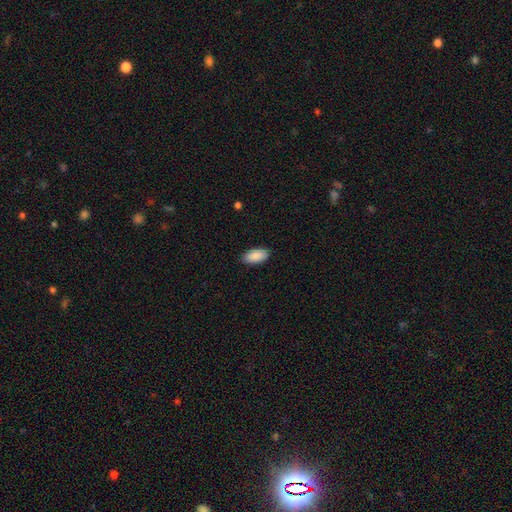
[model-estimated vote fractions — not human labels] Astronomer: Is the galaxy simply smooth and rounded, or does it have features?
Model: smooth — 90%.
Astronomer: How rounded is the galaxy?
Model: in between — 94%.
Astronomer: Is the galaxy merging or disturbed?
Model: none — 88%.